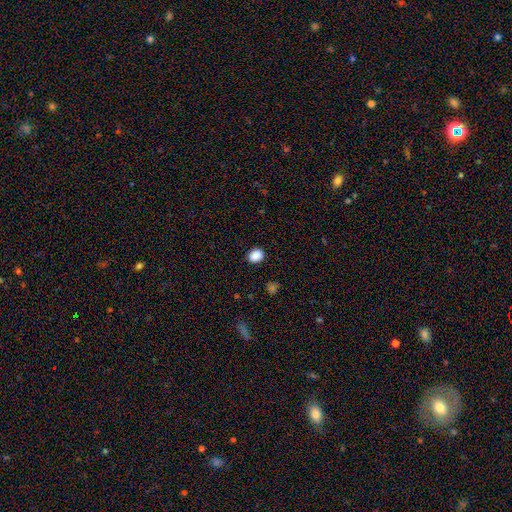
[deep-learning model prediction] The model was most divided on "how rounded": in between: 50%, round: 49%, cigar-shaped: 1%. More confident: merging — none (89%); smooth or featured — smooth (88%).